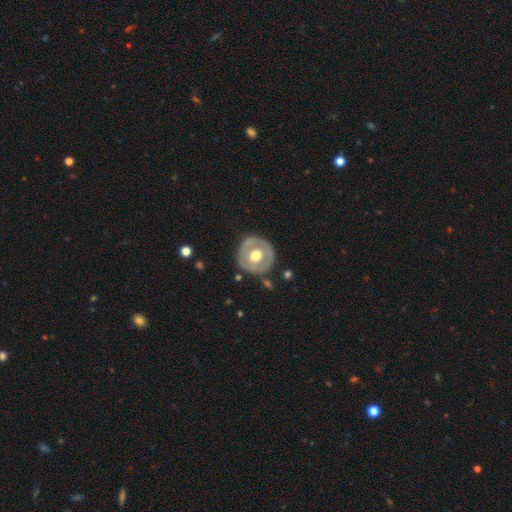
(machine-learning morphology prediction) The model was most divided on "smooth or featured": featured or disk: 52%, smooth: 43%, star or artifact: 5%. More confident: edge-on disk — no (95%); merging — none (82%).